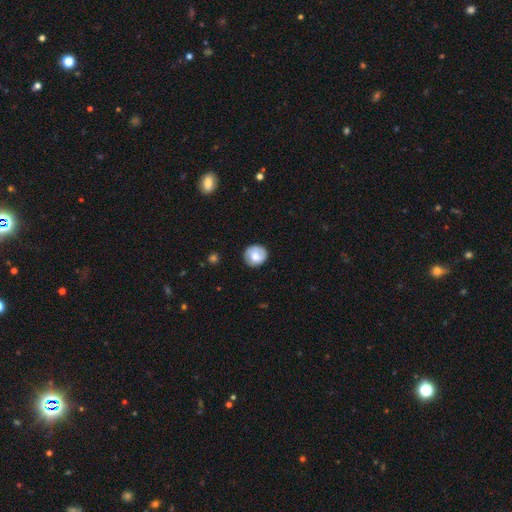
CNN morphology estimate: This is likely a smooth galaxy (73%). How rounded: clearly round (85%). Merging: likely none (80%).